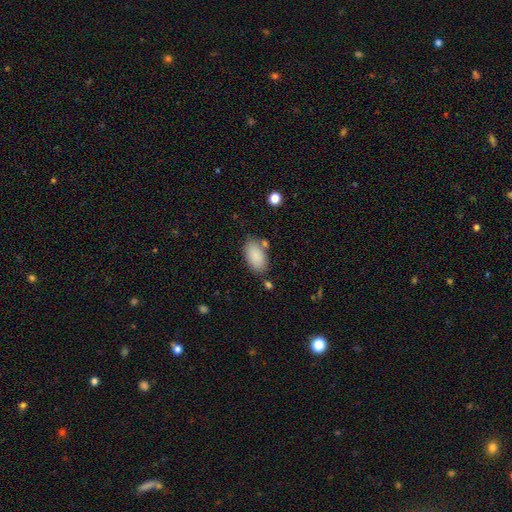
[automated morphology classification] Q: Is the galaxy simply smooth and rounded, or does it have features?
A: smooth — 88%.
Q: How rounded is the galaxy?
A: in between — 94%.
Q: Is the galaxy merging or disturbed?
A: none — 74%.